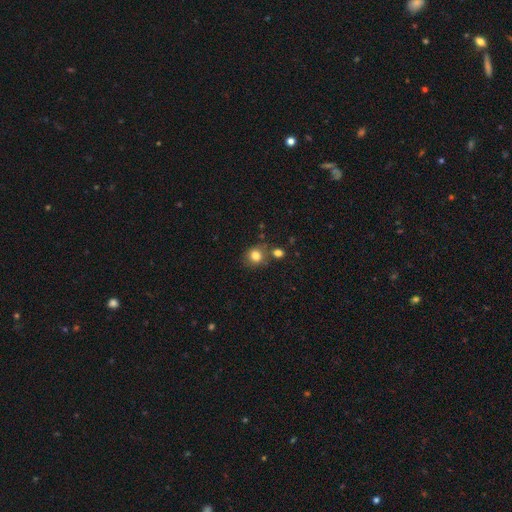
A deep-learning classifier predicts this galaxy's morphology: smooth 81%, star or artifact 12%, featured or disk 7%. Down the decision tree: how rounded — round (76%); merging — none (69%).